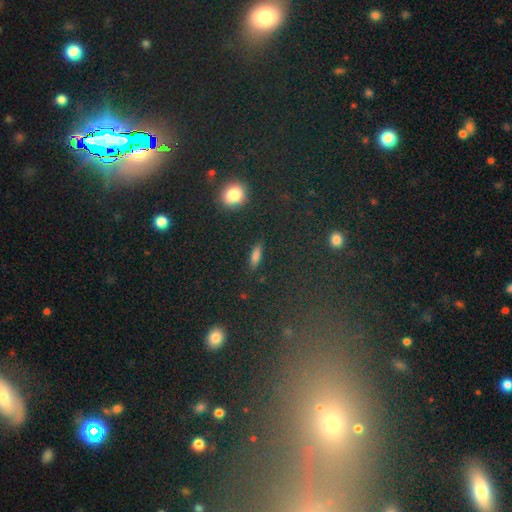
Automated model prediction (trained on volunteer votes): smooth_or_featured: smooth (p=0.78) [alt: star or artifact p=0.12]
how_rounded: cigar-shaped (p=0.51) [alt: in between p=0.43]
merging: none (p=0.87) [alt: minor disturbance p=0.09]